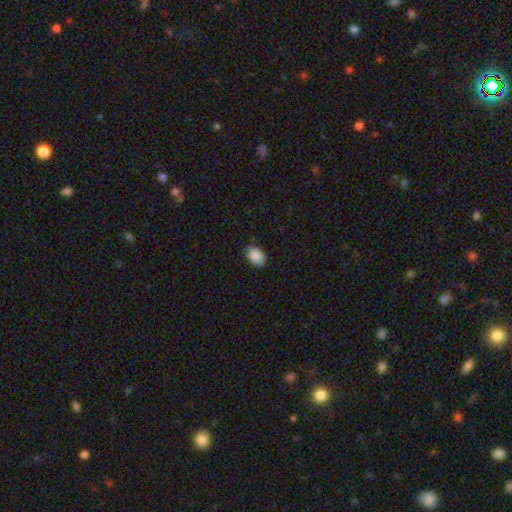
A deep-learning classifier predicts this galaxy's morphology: Smooth or featured: smooth — 89% (star or artifact — 7%)
How rounded: in between — 86% (round — 13%)
Merging: none — 84% (minor disturbance — 13%)